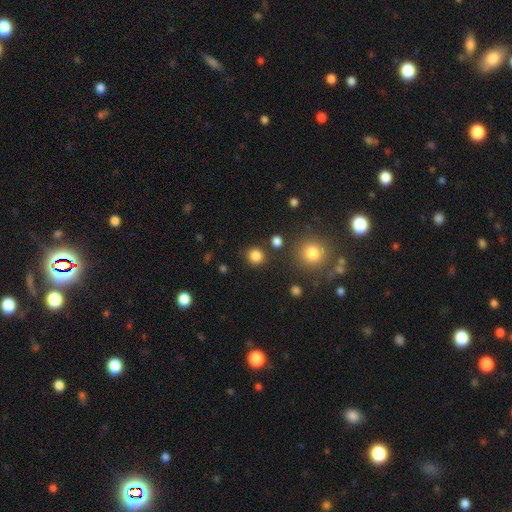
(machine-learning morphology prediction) Smooth or featured?
  - smooth: 84% *
  - star or artifact: 13%
  - featured or disk: 4%
How rounded?
  - round: 89% *
  - in between: 10%
  - cigar-shaped: 1%
Merging?
  - none: 86% *
  - minor disturbance: 7%
  - merger: 4%
  - major disturbance: 3%